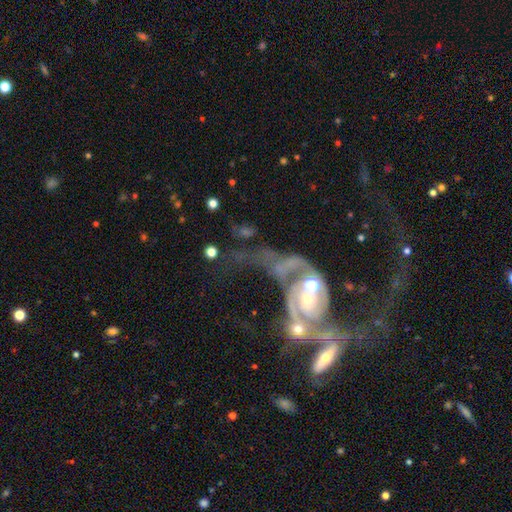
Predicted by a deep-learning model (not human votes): Morphology: type=featured or disk (78%); edge-on=no (95%); bar=no (54%); spiral arms=yes (79%); winding=loose (73%); arm count=2 (69%); bulge=moderate (41%); merging=merger (52%).